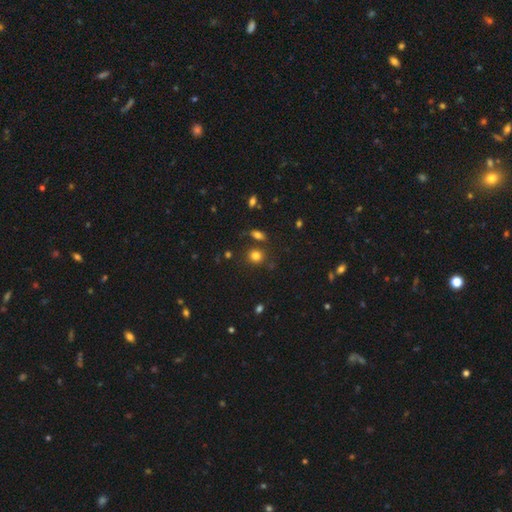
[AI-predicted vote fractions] Smooth or featured? Predicted: smooth (p=0.79). How rounded? Predicted: round (p=0.81). Merging? Predicted: none (p=0.78).